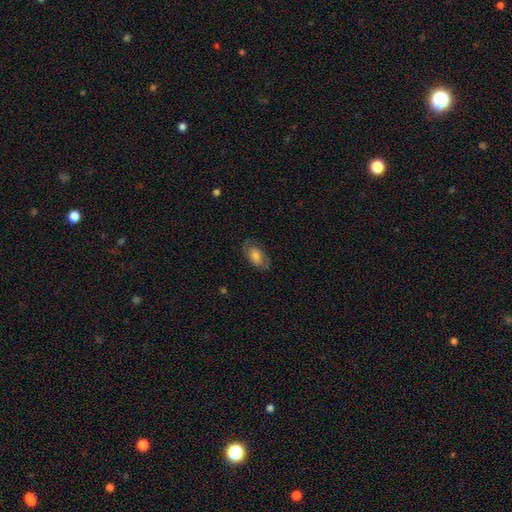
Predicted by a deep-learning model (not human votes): Smooth or featured?
  - smooth: 70% *
  - featured or disk: 23%
  - star or artifact: 7%
How rounded?
  - in between: 91% *
  - round: 6%
  - cigar-shaped: 3%
Merging?
  - none: 76% *
  - minor disturbance: 17%
  - major disturbance: 5%
  - merger: 1%